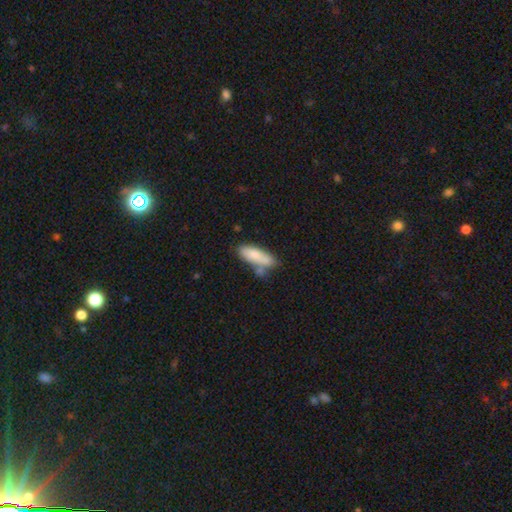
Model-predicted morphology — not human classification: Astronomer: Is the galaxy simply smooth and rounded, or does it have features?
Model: smooth — 80%.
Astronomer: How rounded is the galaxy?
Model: in between — 57% (runner-up: cigar-shaped, 41%).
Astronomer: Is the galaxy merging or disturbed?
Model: none — 54%.